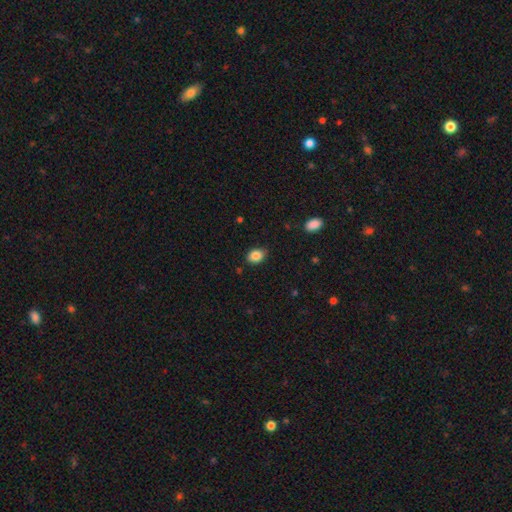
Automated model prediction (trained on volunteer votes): The model was most divided on "how rounded": in between: 68%, round: 31%, cigar-shaped: 1%. More confident: smooth or featured — smooth (87%); merging — none (83%).